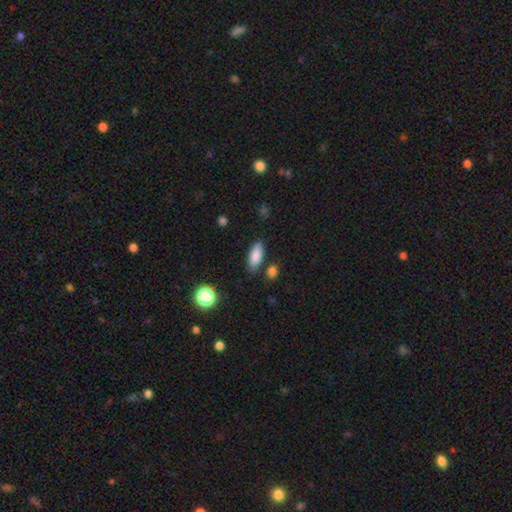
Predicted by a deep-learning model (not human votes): Smooth or featured? Predicted: smooth (p=0.85). How rounded? Predicted: in between (p=0.78). Merging? Predicted: none (p=0.81).